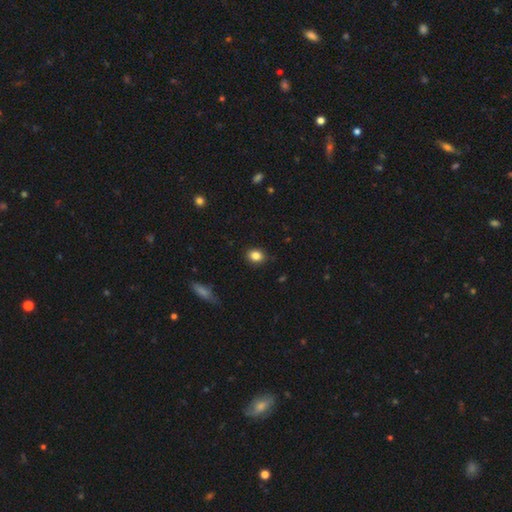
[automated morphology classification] A smooth galaxy with no disk features (85%) that is in between round and cigar-shaped (52%). Merging: none (88%).